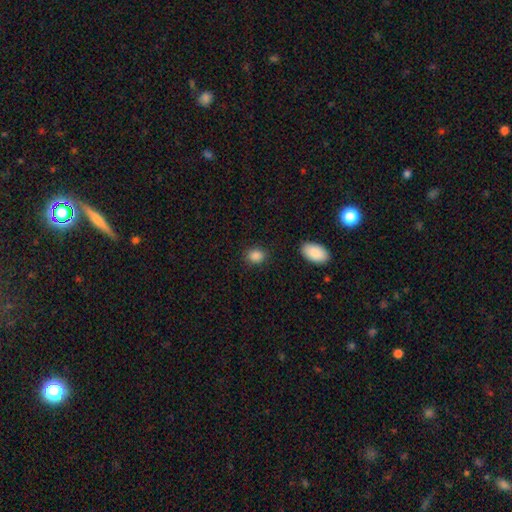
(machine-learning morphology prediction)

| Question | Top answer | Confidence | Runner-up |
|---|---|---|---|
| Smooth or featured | smooth | 88% | star or artifact (9%) |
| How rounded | in between | 52% | round (46%) |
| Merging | none | 86% | minor disturbance (9%) |